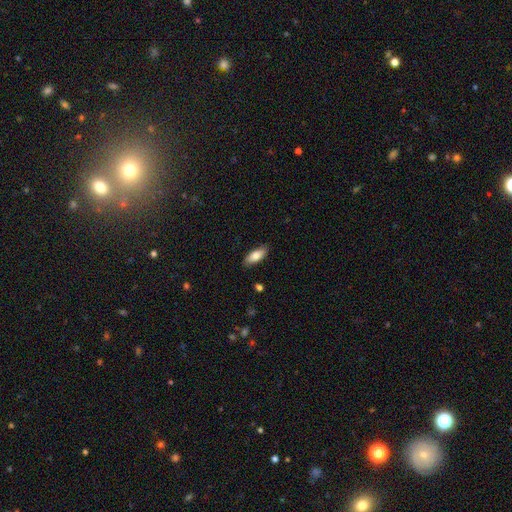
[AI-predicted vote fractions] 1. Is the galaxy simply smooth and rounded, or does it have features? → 79% smooth, 15% featured or disk, 6% star or artifact.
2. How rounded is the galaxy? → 77% in between, 21% cigar-shaped, 2% round.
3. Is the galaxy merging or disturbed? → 87% none, 10% minor disturbance, 2% major disturbance, 1% merger.